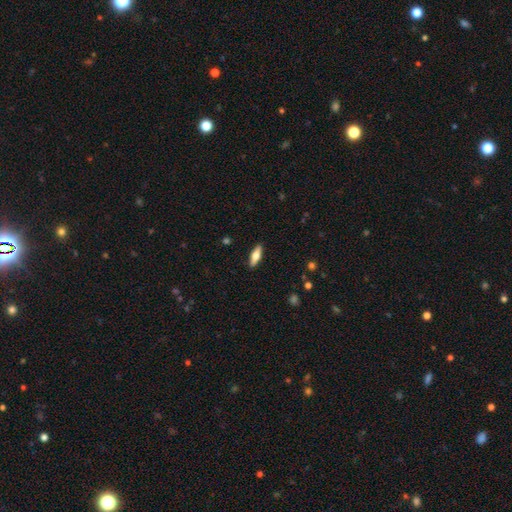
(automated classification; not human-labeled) This is likely a smooth galaxy (60%). How rounded: possibly in between (52%). Merging: clearly none (90%).